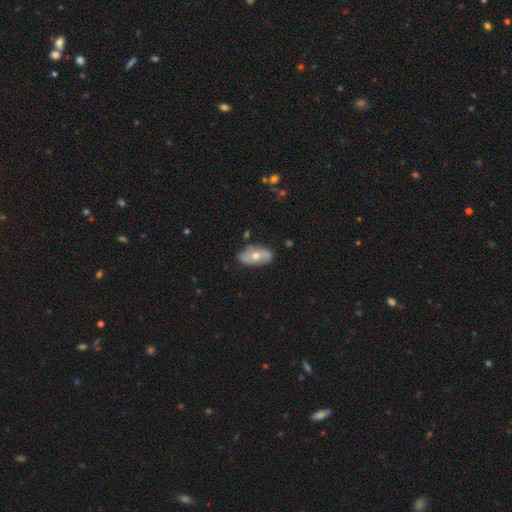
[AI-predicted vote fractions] This is possibly a featured or disk galaxy (48%). Merging: clearly none (80%).